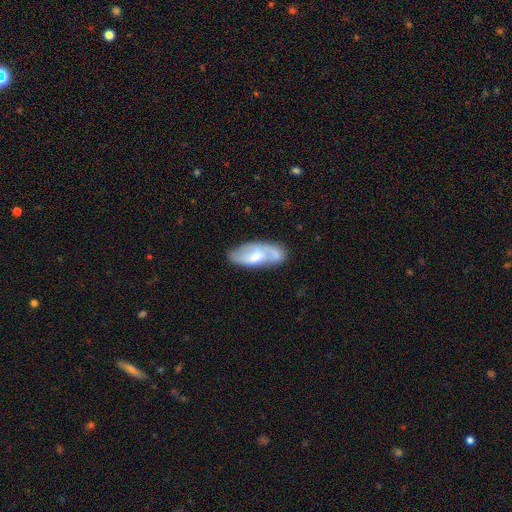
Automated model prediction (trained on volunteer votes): Morphology: type=featured or disk (49%); merging=none (55%).